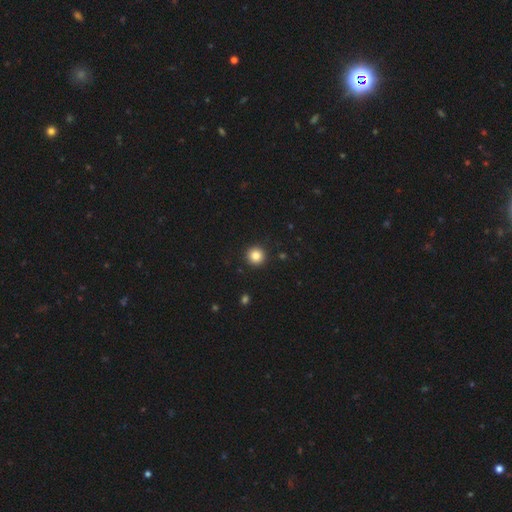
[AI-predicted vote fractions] The model was most divided on "smooth or featured": smooth: 84%, star or artifact: 10%, featured or disk: 5%. More confident: how rounded — round (96%); merging — none (93%).